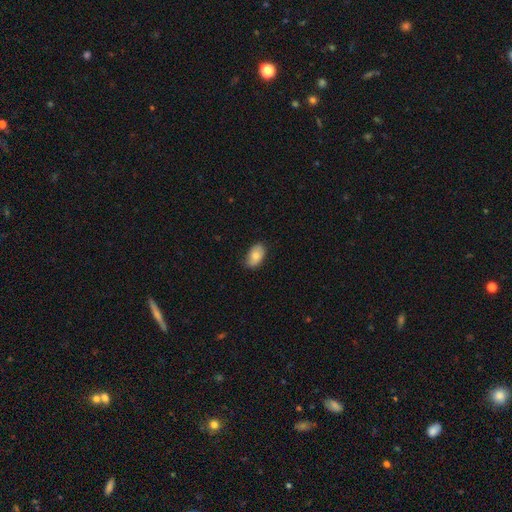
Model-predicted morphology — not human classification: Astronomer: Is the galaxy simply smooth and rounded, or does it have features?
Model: smooth — 79%.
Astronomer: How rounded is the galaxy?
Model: in between — 92%.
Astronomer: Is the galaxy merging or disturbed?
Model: none — 78%.